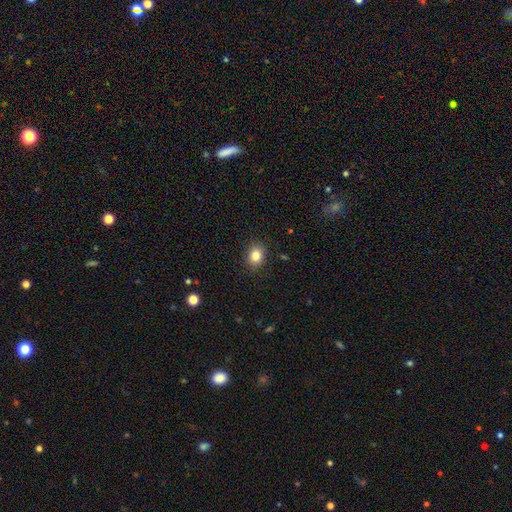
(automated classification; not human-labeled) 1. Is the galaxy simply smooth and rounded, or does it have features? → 83% smooth, 10% star or artifact, 7% featured or disk.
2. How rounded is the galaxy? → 54% in between, 45% round, 1% cigar-shaped.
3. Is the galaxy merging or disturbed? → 88% none, 9% minor disturbance, 2% major disturbance, 1% merger.